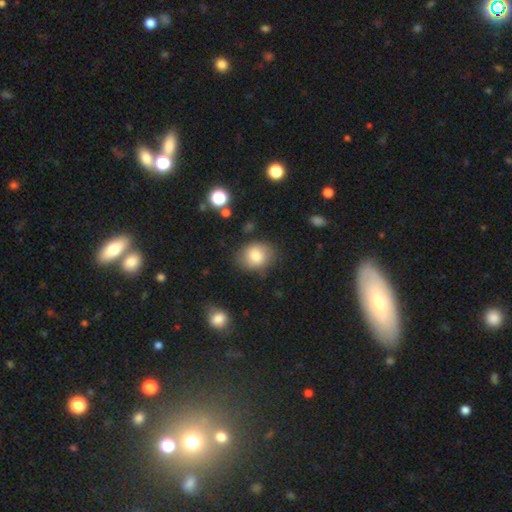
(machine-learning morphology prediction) Smooth or featured?
  - smooth: 79% *
  - featured or disk: 12%
  - star or artifact: 10%
How rounded?
  - round: 53% *
  - in between: 46%
  - cigar-shaped: 1%
Merging?
  - none: 76% *
  - minor disturbance: 17%
  - major disturbance: 5%
  - merger: 2%